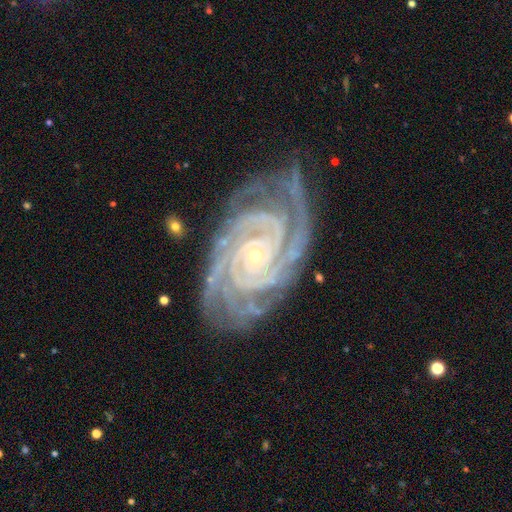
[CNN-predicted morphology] featured or disk 93%, star or artifact 5%, smooth 2%. Down the decision tree: edge-on disk — no (98%); bar — no (71%); spiral arms — yes (99%); spiral arm count — 4 (25%); spiral winding — tight (85%); bulge size — small (87%); merging — none (74%).